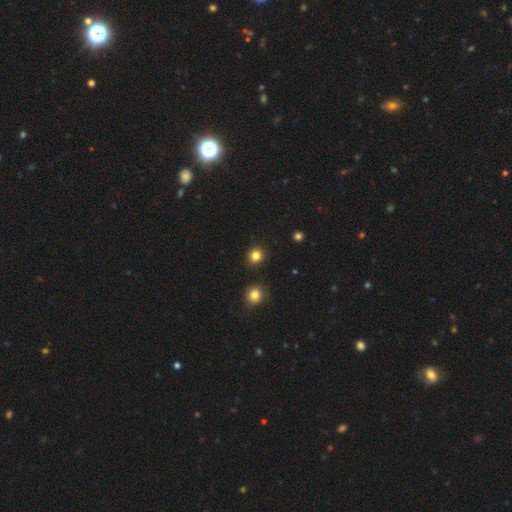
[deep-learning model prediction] This is clearly a smooth galaxy (83%). How rounded: clearly round (92%). Merging: clearly none (91%).